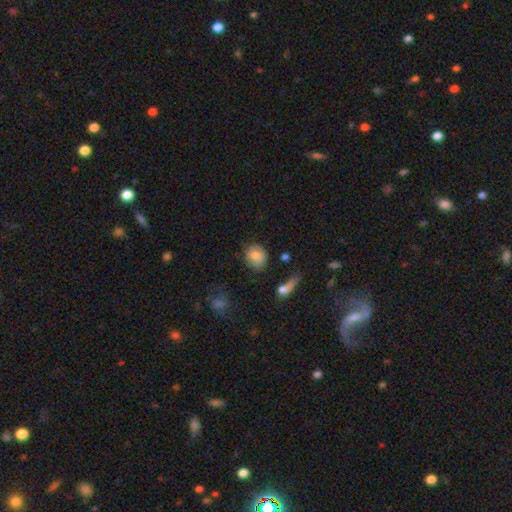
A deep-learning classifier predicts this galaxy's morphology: Smooth or featured? Predicted: smooth (p=0.80). How rounded? Predicted: round (p=0.69). Merging? Predicted: none (p=0.72).